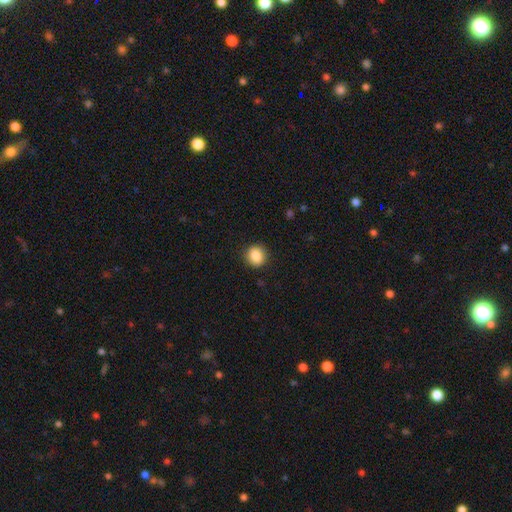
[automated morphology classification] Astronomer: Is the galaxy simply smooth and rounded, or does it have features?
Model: smooth — 86%.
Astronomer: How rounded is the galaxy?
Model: round — 73%.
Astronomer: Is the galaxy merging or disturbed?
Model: none — 89%.